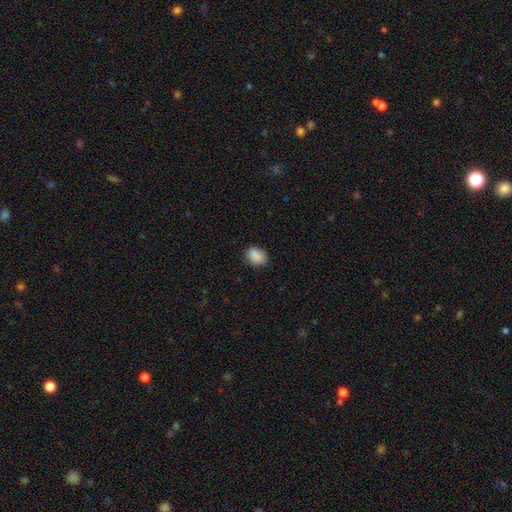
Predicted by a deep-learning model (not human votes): Smooth or featured? Predicted: smooth (p=0.89). How rounded? Predicted: in between (p=0.79). Merging? Predicted: none (p=0.82).